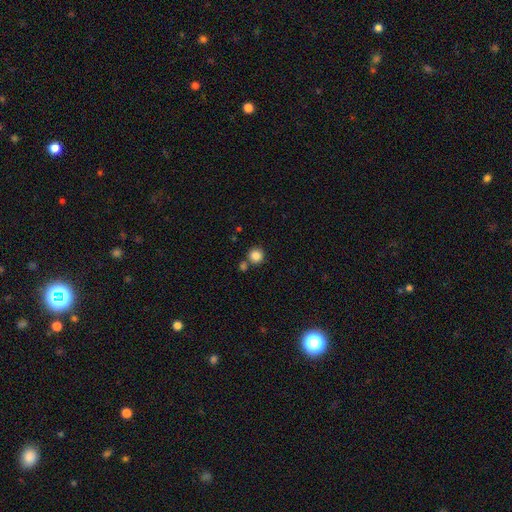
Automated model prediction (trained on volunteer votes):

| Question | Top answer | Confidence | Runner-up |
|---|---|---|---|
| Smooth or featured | smooth | 85% | star or artifact (10%) |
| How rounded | round | 93% | in between (6%) |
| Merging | none | 75% | merger (14%) |